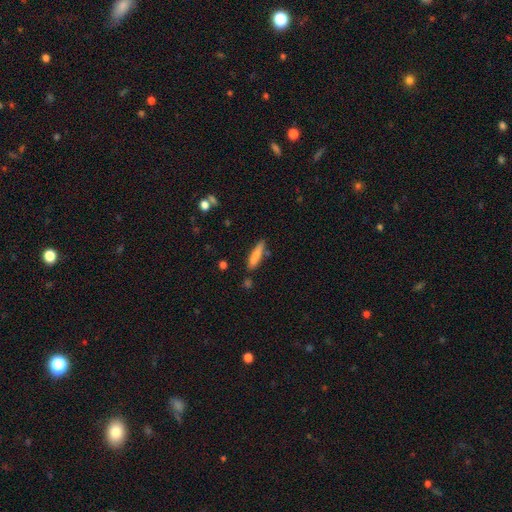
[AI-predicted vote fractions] Q: Smooth or featured?
A: smooth (78%); runner-up: featured or disk (16%)
Q: How rounded?
A: cigar-shaped (82%); runner-up: in between (17%)
Q: Merging?
A: none (78%); runner-up: minor disturbance (14%)